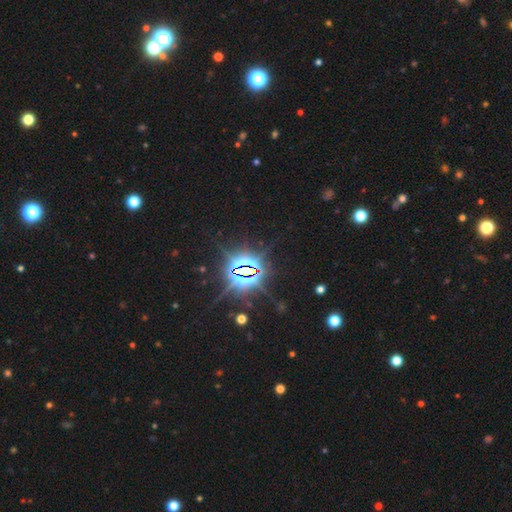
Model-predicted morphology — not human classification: smooth_or_featured: star or artifact (p=0.84) [alt: smooth p=0.10]